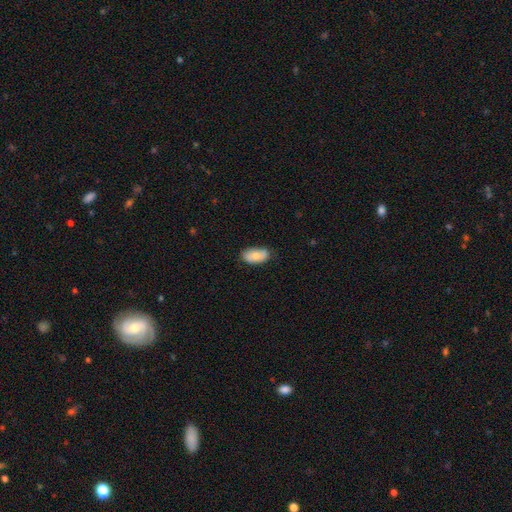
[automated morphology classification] Smooth or featured: smooth — 78% (featured or disk — 15%)
How rounded: in between — 94% (round — 4%)
Merging: none — 72% (minor disturbance — 22%)